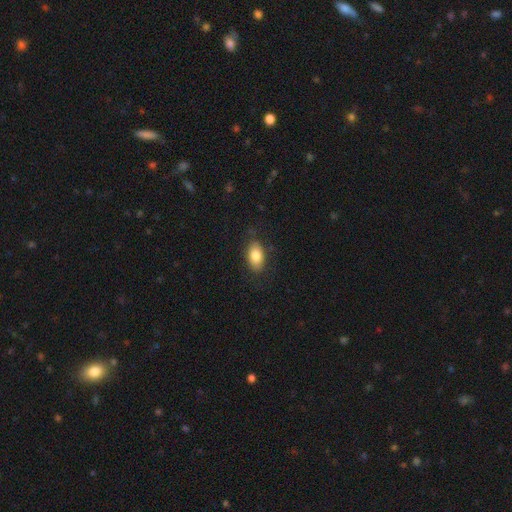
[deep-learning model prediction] A smooth galaxy with no disk features (81%) that is in between round and cigar-shaped (91%). Merging: none (81%).